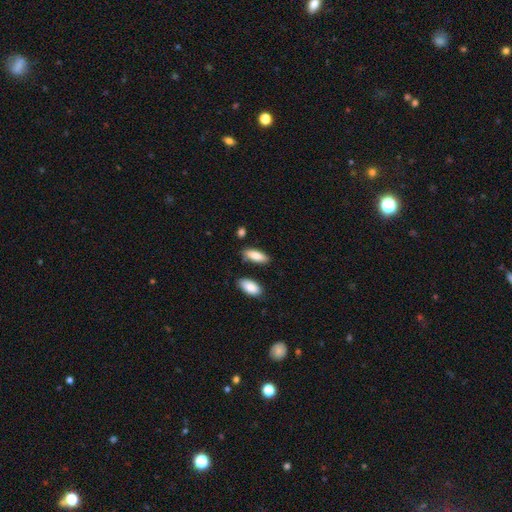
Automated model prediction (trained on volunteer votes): Q: Smooth or featured?
A: smooth (85%); runner-up: featured or disk (9%)
Q: How rounded?
A: in between (70%); runner-up: cigar-shaped (28%)
Q: Merging?
A: none (78%); runner-up: minor disturbance (14%)